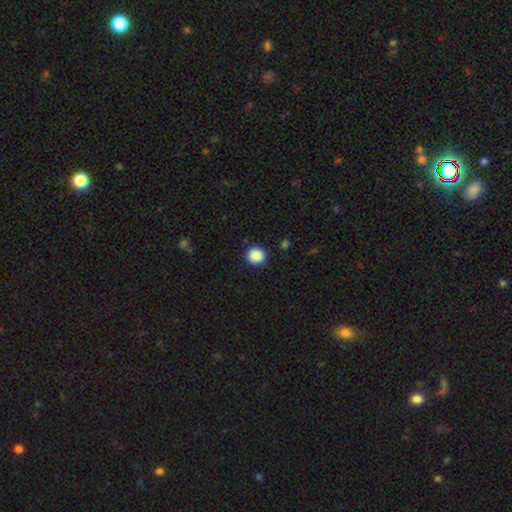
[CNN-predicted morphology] A smooth galaxy with no disk features (89%) that is round (89%). Merging: none (91%).